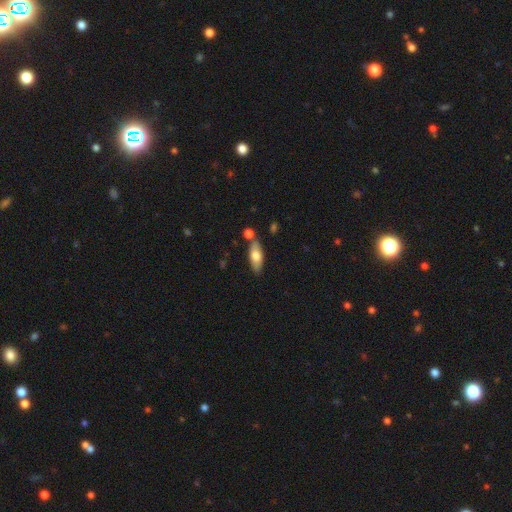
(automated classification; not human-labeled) Q: Smooth or featured?
A: smooth (67%); runner-up: featured or disk (27%)
Q: How rounded?
A: in between (71%); runner-up: cigar-shaped (26%)
Q: Merging?
A: none (71%); runner-up: minor disturbance (13%)